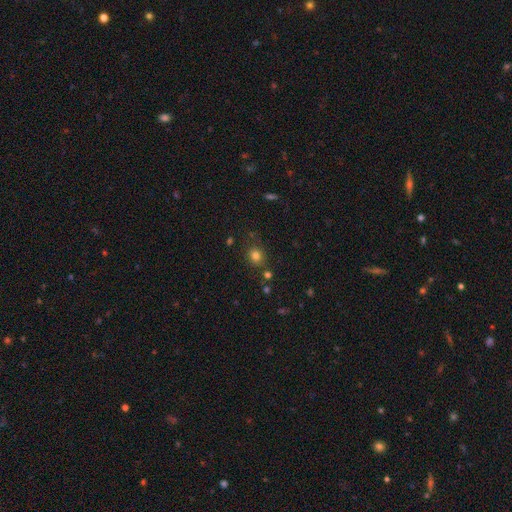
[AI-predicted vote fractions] A smooth galaxy with no disk features (78%) that is round (77%). Merging: none (80%).